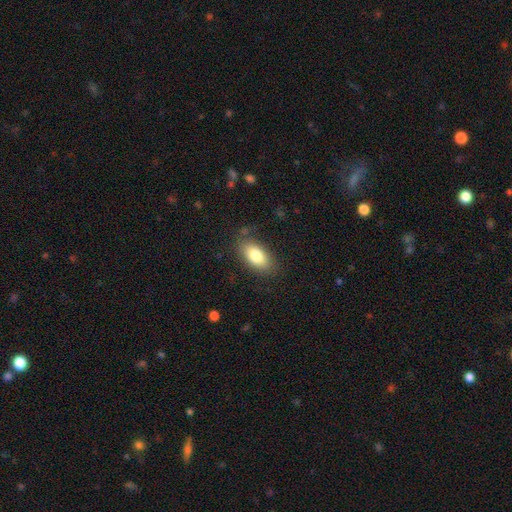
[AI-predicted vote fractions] smooth_or_featured: smooth (p=0.80) [alt: featured or disk p=0.13]
how_rounded: in between (p=0.91) [alt: cigar-shaped p=0.05]
merging: none (p=0.80) [alt: minor disturbance p=0.14]